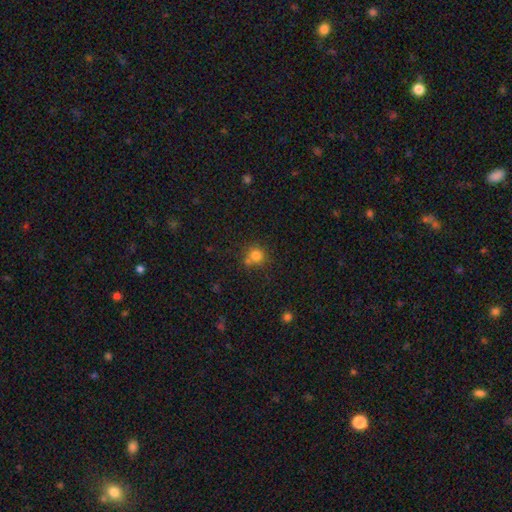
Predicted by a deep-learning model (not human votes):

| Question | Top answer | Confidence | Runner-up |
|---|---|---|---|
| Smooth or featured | smooth | 80% | star or artifact (13%) |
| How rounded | round | 88% | in between (11%) |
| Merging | none | 61% | merger (23%) |